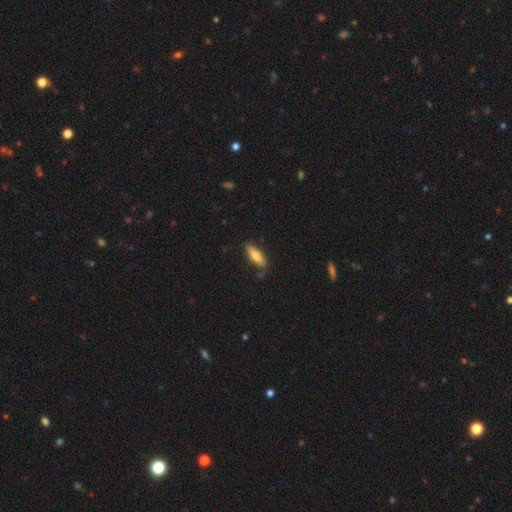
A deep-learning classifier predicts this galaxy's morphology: This appears to be a smooth galaxy with no disk features (72%) that is cigar-shaped (56%). Merging: none (79%).